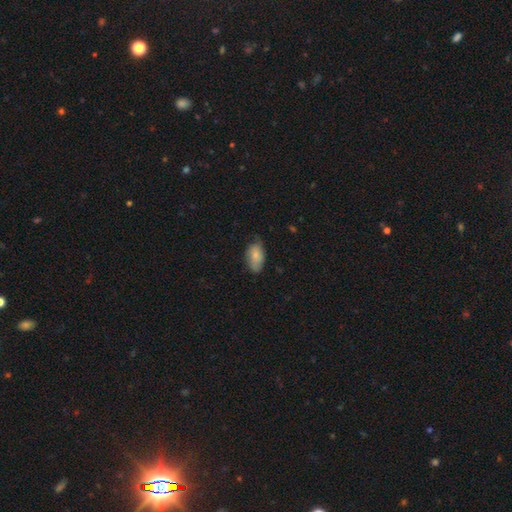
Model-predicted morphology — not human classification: type=smooth (75%); roundness=in between (92%); merging=none (59%).